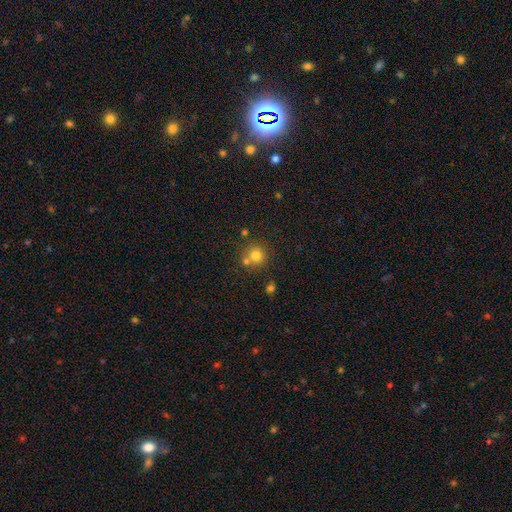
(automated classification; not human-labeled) smooth_or_featured: smooth (p=0.78) [alt: star or artifact p=0.13]
how_rounded: round (p=0.91) [alt: in between p=0.08]
merging: none (p=0.65) [alt: merger p=0.23]